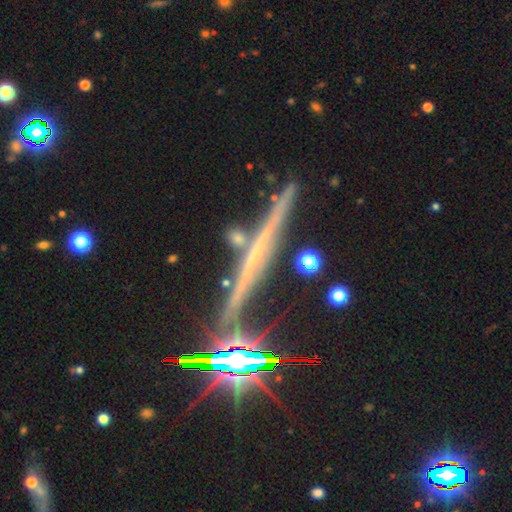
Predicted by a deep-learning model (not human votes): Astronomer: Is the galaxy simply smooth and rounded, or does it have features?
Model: featured or disk — 62%.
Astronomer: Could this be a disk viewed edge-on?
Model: yes — 96%.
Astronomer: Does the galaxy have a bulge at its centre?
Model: none — 75%.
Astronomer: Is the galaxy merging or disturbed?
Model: none — 81%.